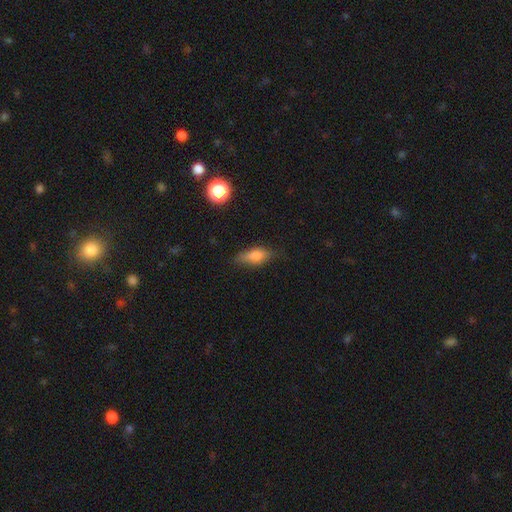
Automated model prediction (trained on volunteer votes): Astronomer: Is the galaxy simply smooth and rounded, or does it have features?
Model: smooth — 72%.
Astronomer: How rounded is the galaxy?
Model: in between — 74%.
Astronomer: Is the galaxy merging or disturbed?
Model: none — 72%.